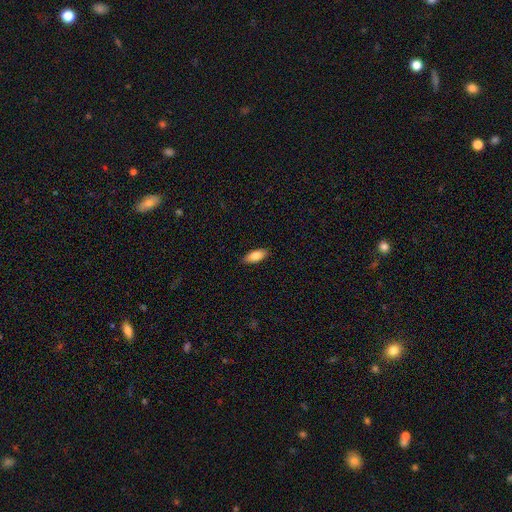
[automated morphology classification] The model was most divided on "how rounded": in between: 85%, cigar-shaped: 13%, round: 2%. More confident: merging — none (88%); smooth or featured — smooth (83%).